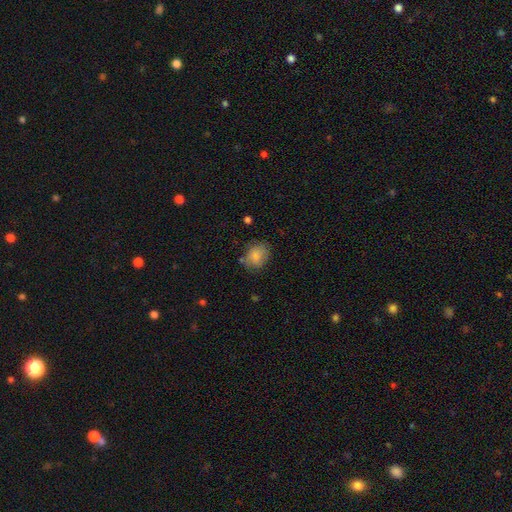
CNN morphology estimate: Overall: smooth (79%). How rounded: in between (52%; round 46%). Merging: none (70%).